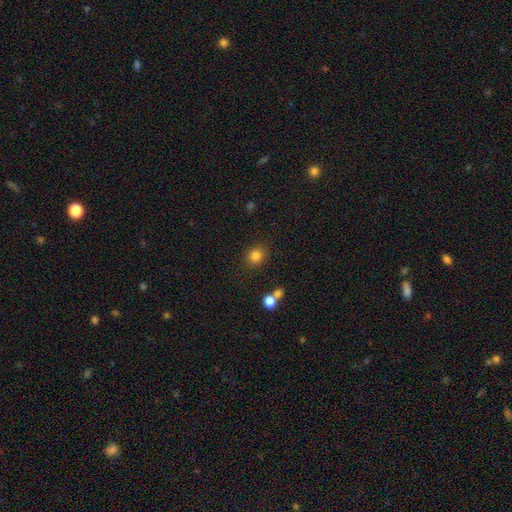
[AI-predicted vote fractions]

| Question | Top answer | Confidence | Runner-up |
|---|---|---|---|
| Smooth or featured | smooth | 83% | star or artifact (12%) |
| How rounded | round | 81% | in between (18%) |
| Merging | none | 84% | minor disturbance (8%) |